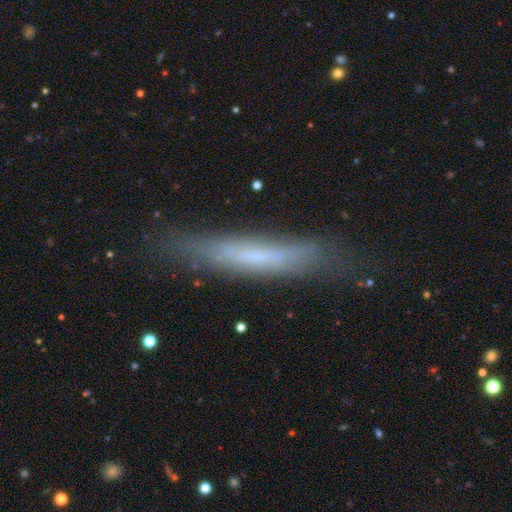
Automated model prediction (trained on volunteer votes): A smooth galaxy with no disk features (48%). Merging: none (77%).